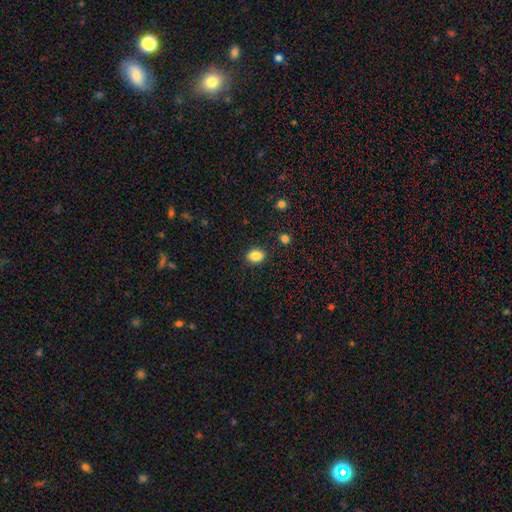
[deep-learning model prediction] Q: Smooth or featured?
A: smooth (86%); runner-up: star or artifact (10%)
Q: How rounded?
A: in between (68%); runner-up: round (31%)
Q: Merging?
A: none (88%); runner-up: minor disturbance (8%)